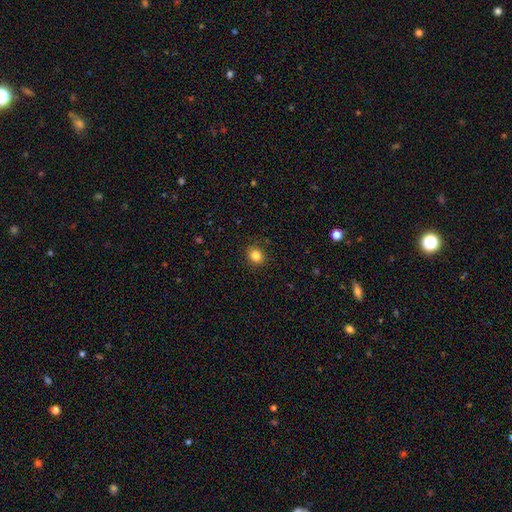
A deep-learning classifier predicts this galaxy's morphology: This is clearly a smooth galaxy (83%). How rounded: likely round (80%). Merging: clearly none (90%).